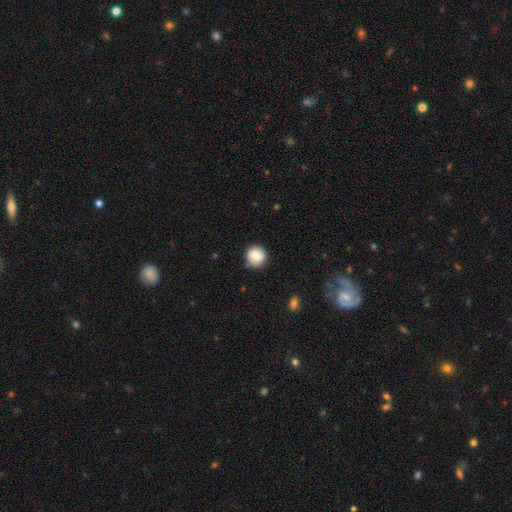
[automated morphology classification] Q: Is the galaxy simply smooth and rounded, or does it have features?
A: smooth — 75%.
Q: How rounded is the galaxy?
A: round — 91%.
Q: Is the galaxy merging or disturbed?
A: none — 81%.